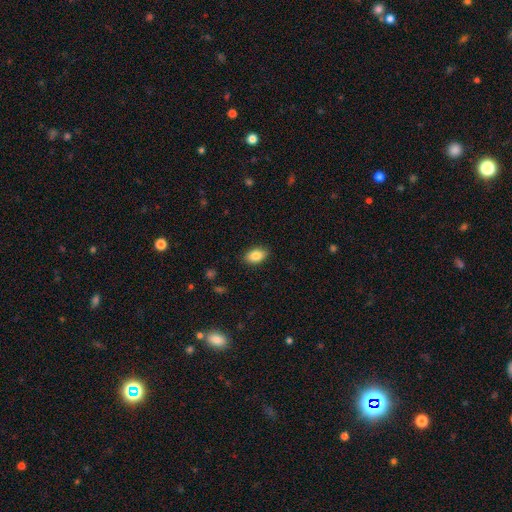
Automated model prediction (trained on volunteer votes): This appears to be a smooth galaxy with no disk features (86%) that is in between round and cigar-shaped (91%). Merging: none (88%).